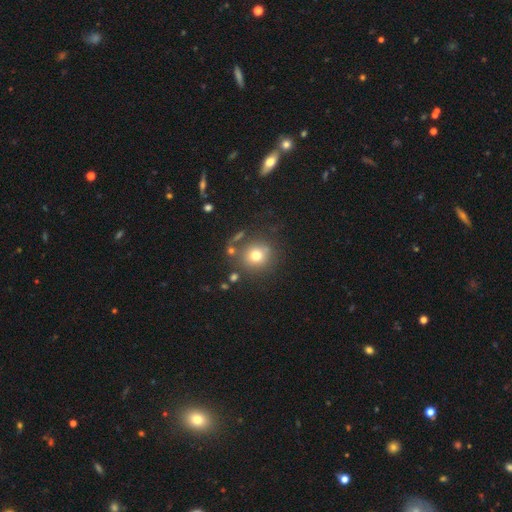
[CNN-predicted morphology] This appears to be a smooth galaxy with no disk features (73%) that is round (90%). Merging: none (76%).